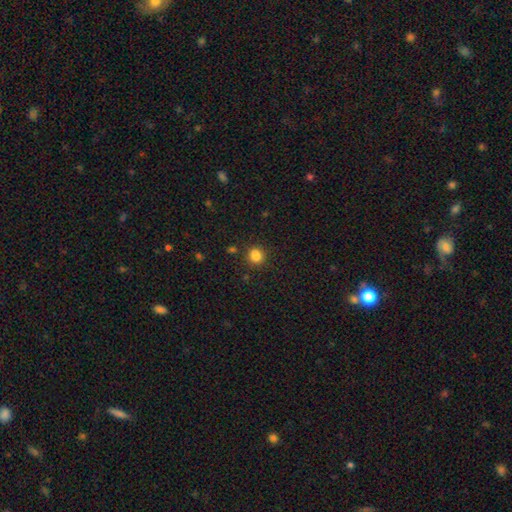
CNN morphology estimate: smooth 84%, star or artifact 12%, featured or disk 4%. Down the decision tree: how rounded — round (79%); merging — none (84%).